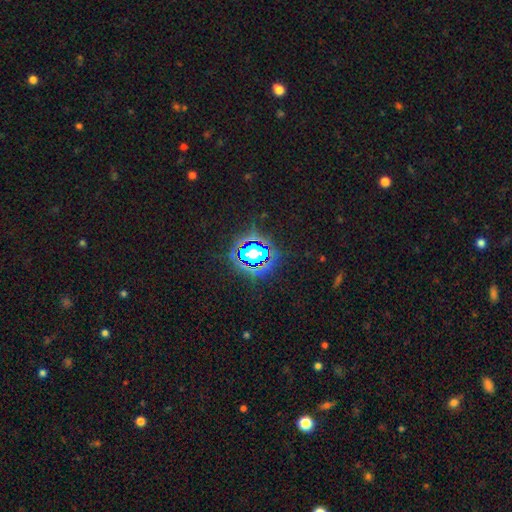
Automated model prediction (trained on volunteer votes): Smooth or featured? Predicted: star or artifact (p=0.75).